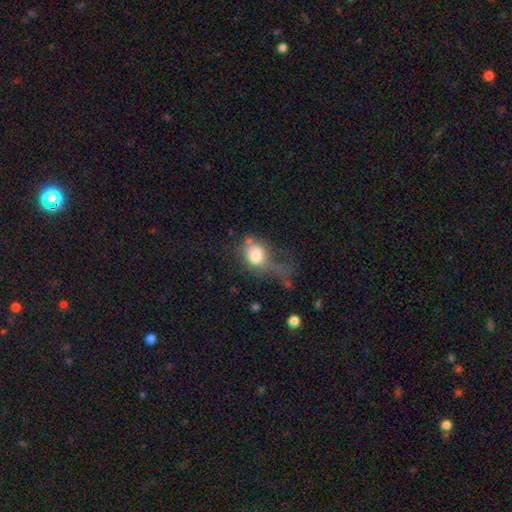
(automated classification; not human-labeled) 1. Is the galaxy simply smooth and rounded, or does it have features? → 74% smooth, 17% featured or disk, 10% star or artifact.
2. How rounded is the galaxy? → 53% in between, 45% round, 2% cigar-shaped.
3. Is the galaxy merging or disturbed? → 45% major disturbance, 21% none, 21% minor disturbance, 13% merger.